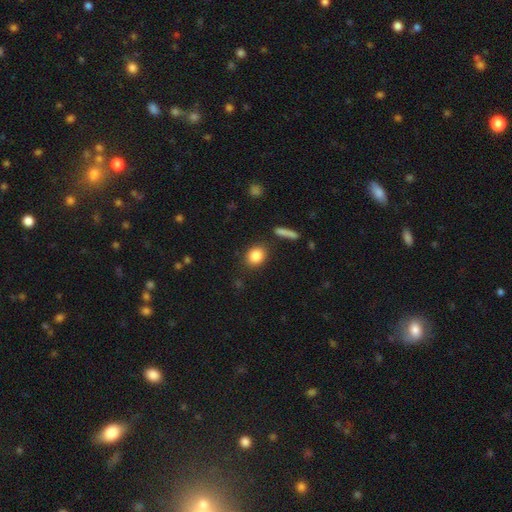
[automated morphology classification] smooth_or_featured: smooth (p=0.85) [alt: star or artifact p=0.09]
how_rounded: round (p=0.58) [alt: in between p=0.40]
merging: none (p=0.84) [alt: minor disturbance p=0.09]